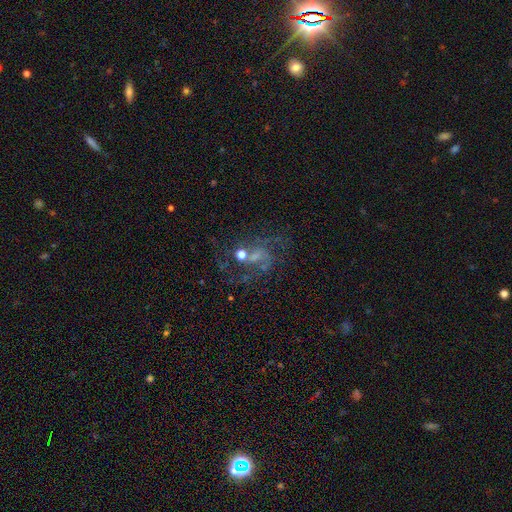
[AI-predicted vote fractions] Smooth or featured?
  - featured or disk: 64% *
  - star or artifact: 19%
  - smooth: 17%
Edge-on disk?
  - no: 97% *
  - yes: 3%
Bar?
  - no: 59% *
  - weak: 33%
  - strong: 8%
Spiral arms?
  - yes: 79% *
  - no: 21%
Bulge size?
  - small: 37% *
  - moderate: 30%
  - none: 25%
  - large: 5%
  - dominant: 2%
Merging?
  - none: 41% *
  - major disturbance: 28%
  - minor disturbance: 16%
  - merger: 15%